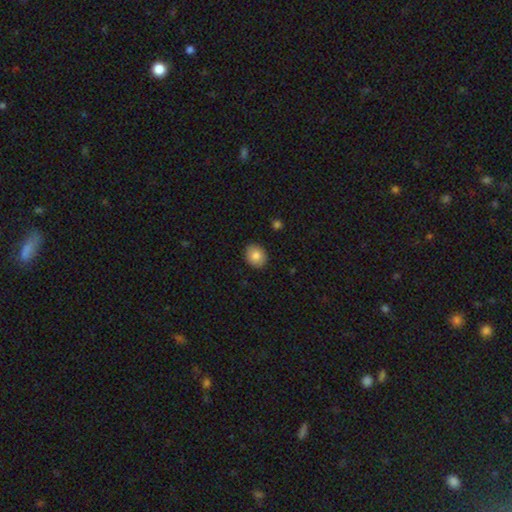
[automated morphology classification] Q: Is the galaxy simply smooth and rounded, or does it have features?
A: smooth — 83%.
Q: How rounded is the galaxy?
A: round — 55%.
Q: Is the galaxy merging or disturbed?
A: none — 89%.